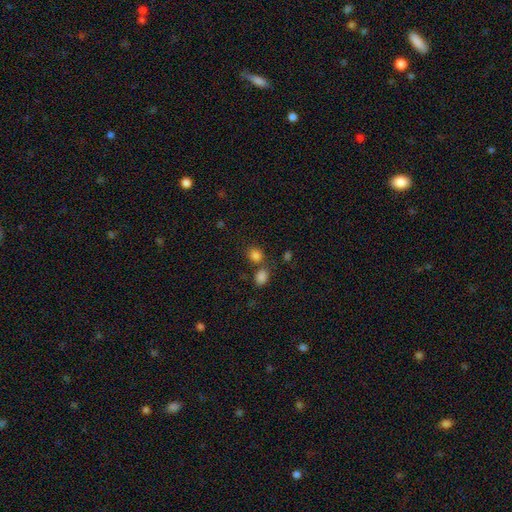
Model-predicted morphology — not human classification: A smooth galaxy with no disk features (82%) that is round (61%). Merging: none (64%).